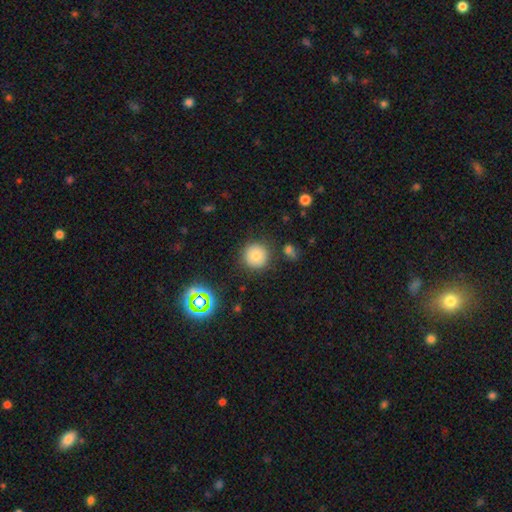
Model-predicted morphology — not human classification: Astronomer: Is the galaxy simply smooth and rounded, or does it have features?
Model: smooth — 78%.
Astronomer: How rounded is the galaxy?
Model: round — 95%.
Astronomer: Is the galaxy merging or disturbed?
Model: none — 86%.